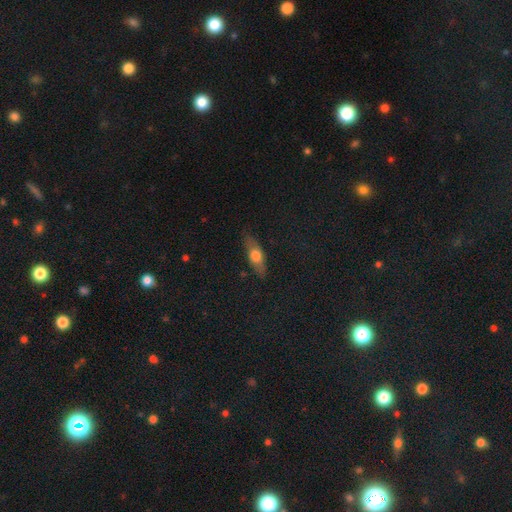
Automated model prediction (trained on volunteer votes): The model was most divided on "how rounded": in between: 57%, cigar-shaped: 39%, round: 4%. More confident: merging — none (81%); smooth or featured — smooth (59%).